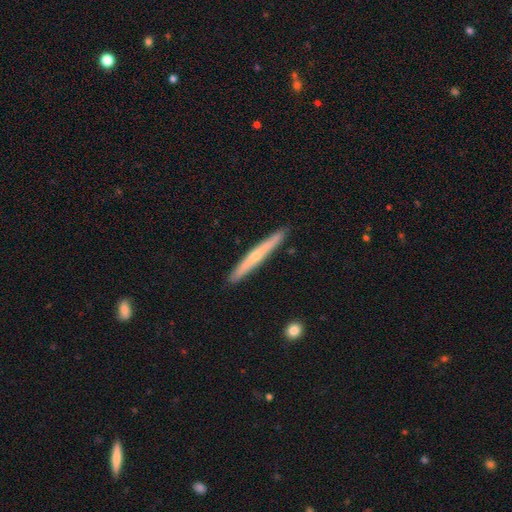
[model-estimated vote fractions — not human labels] featured or disk 55%, smooth 39%, star or artifact 6%. Down the decision tree: edge-on disk — yes (96%); edge-on bulge — rounded (59%); merging — none (91%).